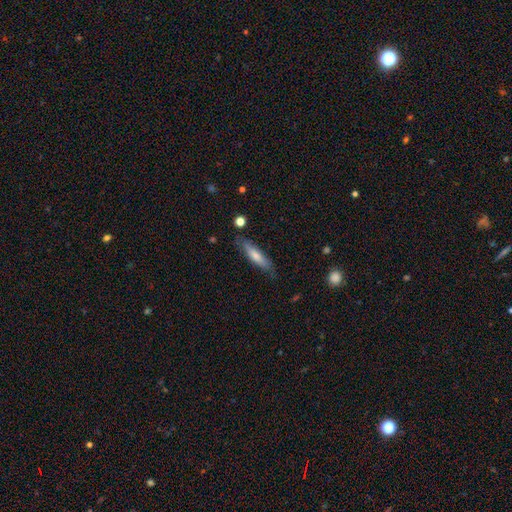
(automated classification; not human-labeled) Overall: smooth (70%). How rounded: cigar-shaped (75%). Merging: none (79%).